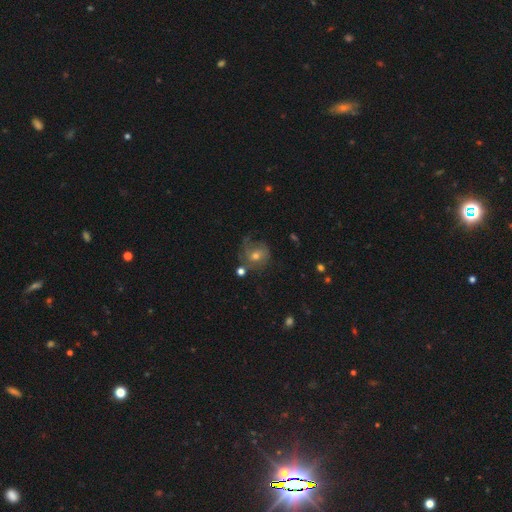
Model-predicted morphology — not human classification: The model was most divided on "smooth or featured": featured or disk: 48%, smooth: 40%, star or artifact: 12%. Remaining: merging — none (44%).